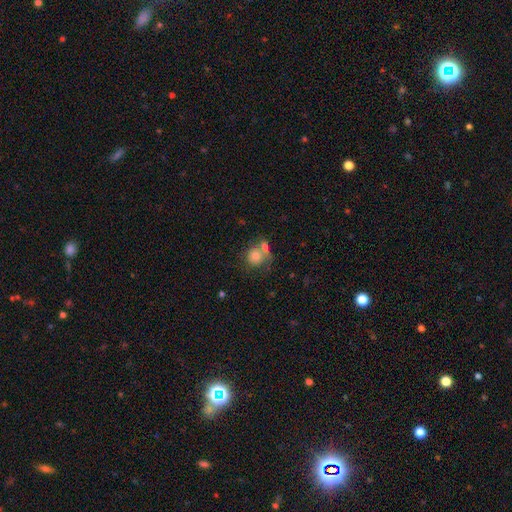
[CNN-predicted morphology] A smooth galaxy with no disk features (76%) that is round (79%).

Vote fractions:
- Smooth or featured? smooth: 76% / featured or disk: 15% / star or artifact: 9%
- How rounded? round: 79% / in between: 20% / cigar-shaped: 1%
- Merging? merger: 40% / none: 38% / minor disturbance: 13% / major disturbance: 9%